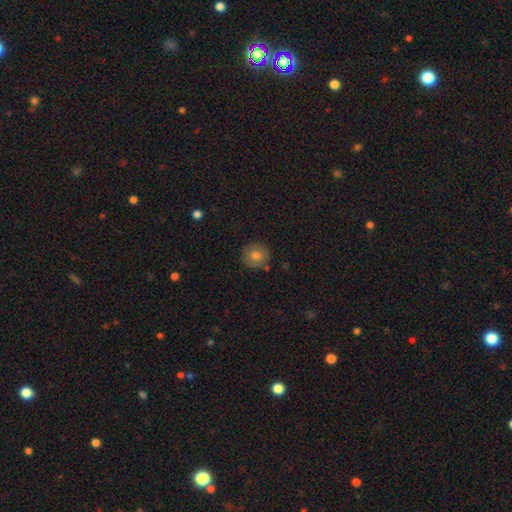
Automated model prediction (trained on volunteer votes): smooth-or-featured: smooth: 73% | featured or disk: 17% | star or artifact: 10%
  how-rounded: round: 90% | in between: 9% | cigar-shaped: 1%
  merging: none: 85% | minor disturbance: 10% | merger: 2% | major disturbance: 2%